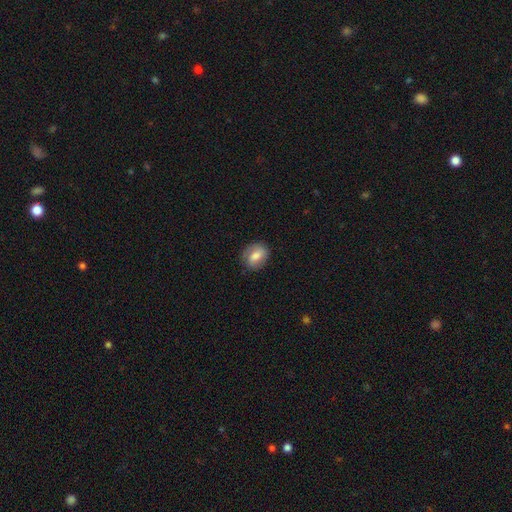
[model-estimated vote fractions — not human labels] Smooth or featured? smooth (72%)
How rounded? in between (55%)
Merging? none (80%)